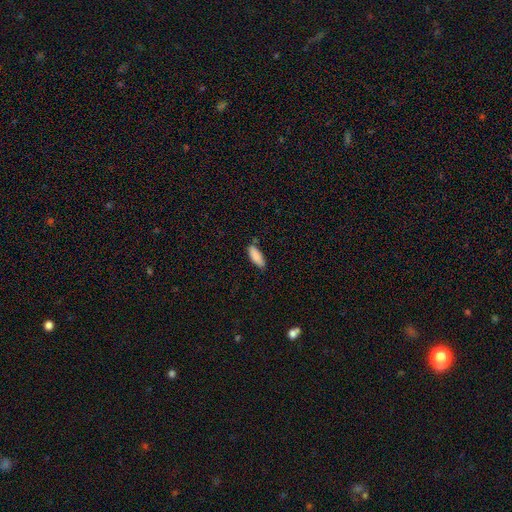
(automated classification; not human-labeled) smooth_or_featured: smooth (p=0.87) [alt: star or artifact p=0.06]
how_rounded: in between (p=0.69) [alt: cigar-shaped p=0.30]
merging: none (p=0.76) [alt: minor disturbance p=0.18]